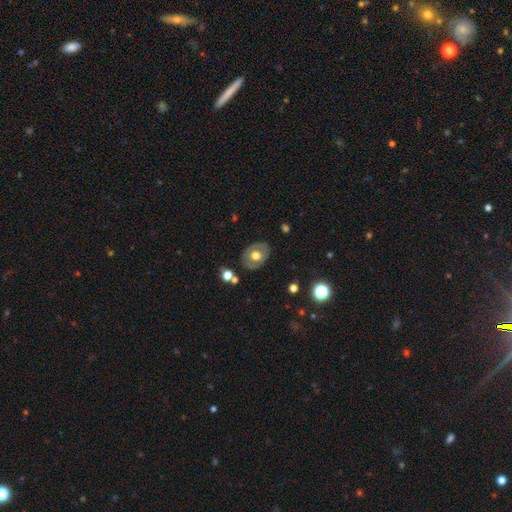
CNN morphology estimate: The model was most divided on "smooth or featured": smooth: 50%, featured or disk: 42%, star or artifact: 8%. More confident: merging — none (81%).